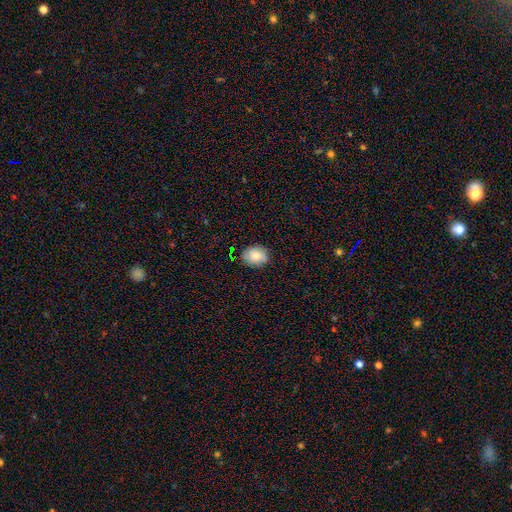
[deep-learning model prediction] Q: Smooth or featured?
A: smooth (75%); runner-up: featured or disk (17%)
Q: How rounded?
A: in between (55%); runner-up: round (44%)
Q: Merging?
A: none (82%); runner-up: minor disturbance (14%)